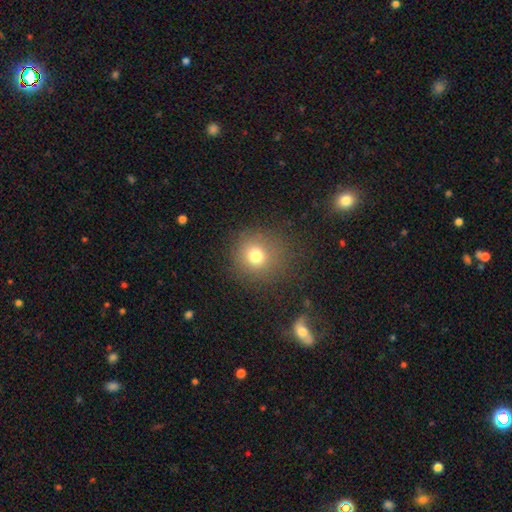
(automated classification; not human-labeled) This is likely a smooth galaxy (75%). How rounded: clearly round (89%). Merging: clearly none (83%).